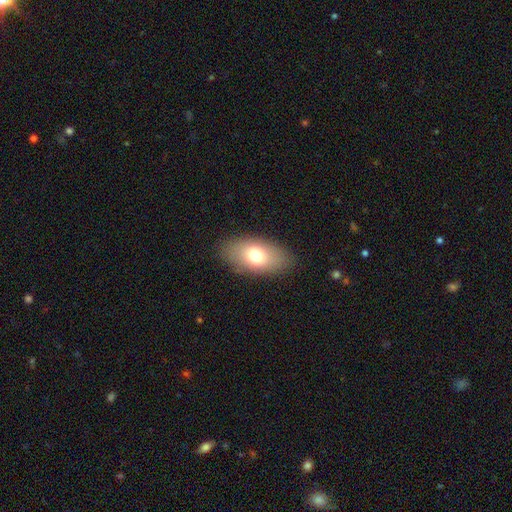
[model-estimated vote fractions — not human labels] The model was most divided on "smooth or featured": smooth: 72%, featured or disk: 19%, star or artifact: 9%. More confident: how rounded — in between (91%); merging — none (86%).